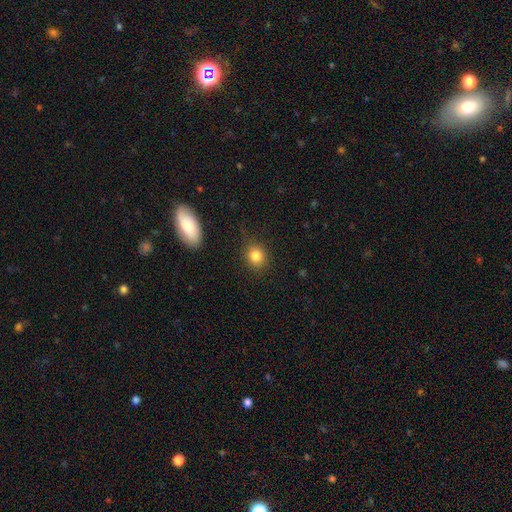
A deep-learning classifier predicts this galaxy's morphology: smooth-or-featured: smooth: 83% | star or artifact: 11% | featured or disk: 6%
  how-rounded: round: 77% | in between: 21% | cigar-shaped: 1%
  merging: none: 85% | minor disturbance: 10% | major disturbance: 3% | merger: 2%